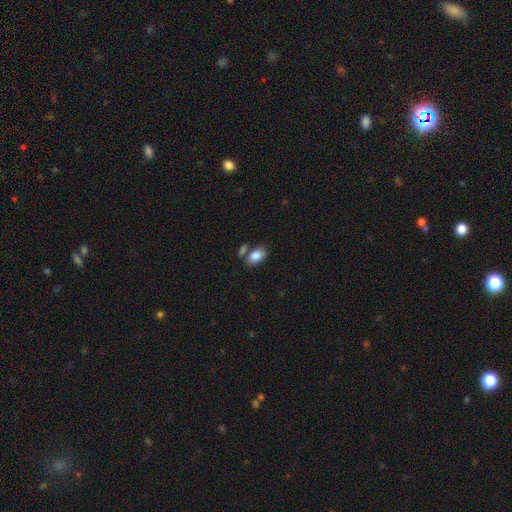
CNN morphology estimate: smooth-or-featured: smooth: 86% | star or artifact: 7% | featured or disk: 7%
  how-rounded: in between: 90% | round: 8% | cigar-shaped: 2%
  merging: none: 60% | merger: 22% | minor disturbance: 14% | major disturbance: 4%